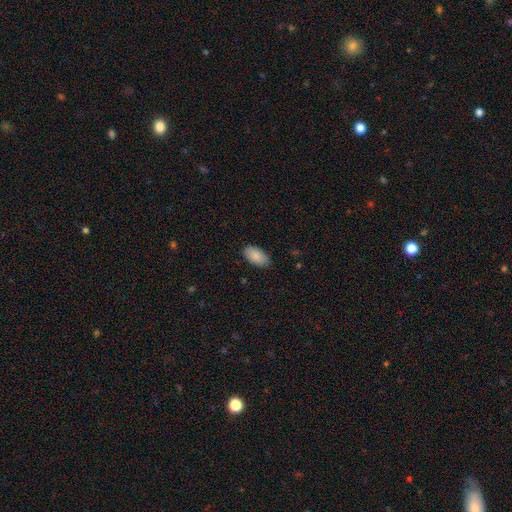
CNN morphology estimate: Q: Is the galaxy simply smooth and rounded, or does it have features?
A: smooth — 88%.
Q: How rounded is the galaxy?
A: in between — 95%.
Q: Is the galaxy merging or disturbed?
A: none — 87%.